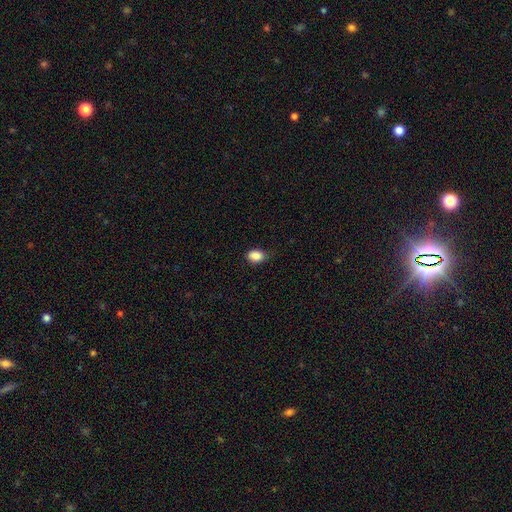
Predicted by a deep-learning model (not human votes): The model was most divided on "how rounded": in between: 74%, round: 24%, cigar-shaped: 1%. More confident: smooth or featured — smooth (88%); merging — none (74%).